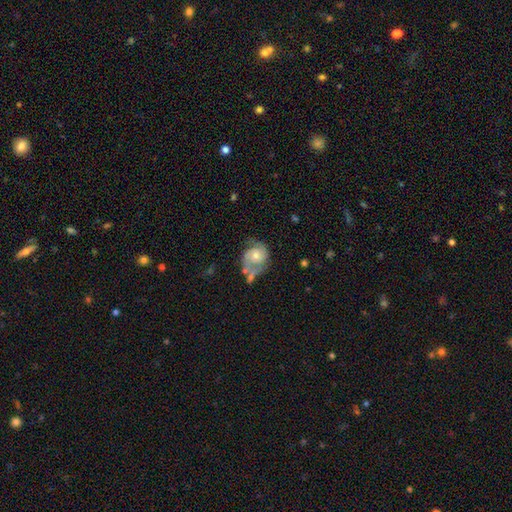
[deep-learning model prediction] Smooth or featured?
  - featured or disk: 72% *
  - smooth: 21%
  - star or artifact: 7%
Edge-on disk?
  - no: 98% *
  - yes: 2%
Bar?
  - no: 72% *
  - weak: 24%
  - strong: 4%
Spiral arms?
  - yes: 90% *
  - no: 10%
Spiral winding?
  - medium: 46% *
  - tight: 30%
  - loose: 24%
Spiral arm count?
  - 2: 78% *
  - can't tell: 9%
  - 1: 8%
  - 3: 3%
  - 4: 1%
  - more than 4: 1%
Bulge size?
  - moderate: 48% *
  - small: 44%
  - large: 4%
  - none: 3%
  - dominant: 1%
Merging?
  - none: 39% *
  - minor disturbance: 25%
  - major disturbance: 20%
  - merger: 17%